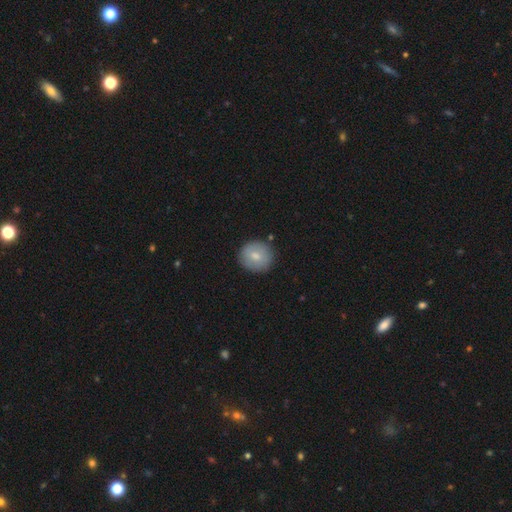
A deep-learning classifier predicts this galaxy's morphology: This is likely a smooth galaxy (75%). How rounded: clearly round (89%). Merging: clearly none (85%).